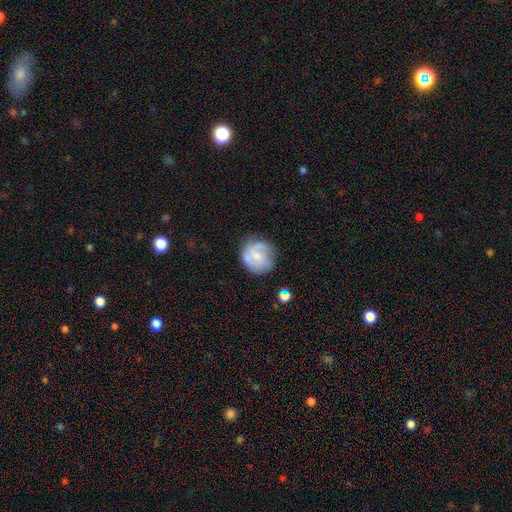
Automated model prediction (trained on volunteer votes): The model was most divided on "smooth or featured": featured or disk: 49%, smooth: 44%, star or artifact: 7%. More confident: merging — none (68%).